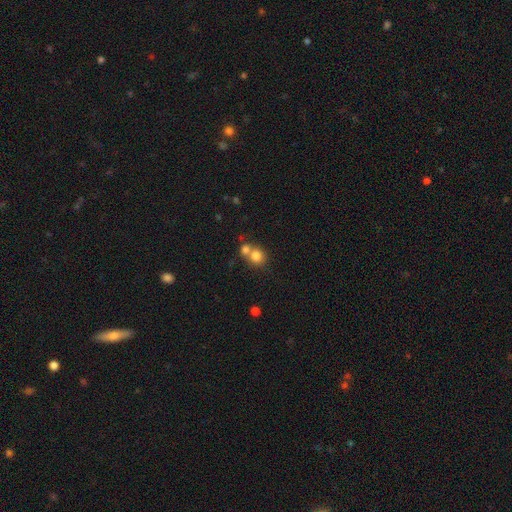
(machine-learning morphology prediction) smooth-or-featured: smooth: 79% | star or artifact: 11% | featured or disk: 10%
  how-rounded: round: 81% | in between: 18% | cigar-shaped: 1%
  merging: merger: 49% | none: 42% | minor disturbance: 7% | major disturbance: 3%